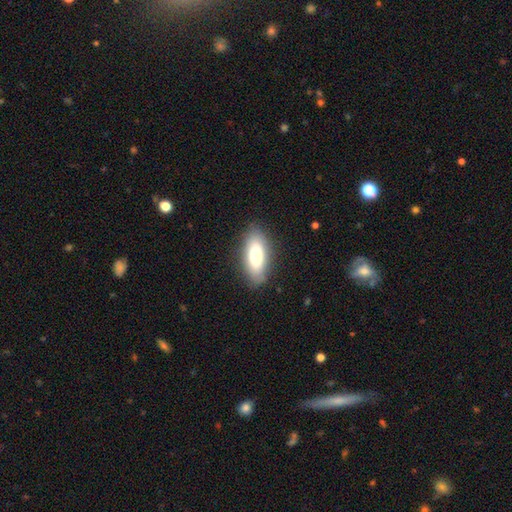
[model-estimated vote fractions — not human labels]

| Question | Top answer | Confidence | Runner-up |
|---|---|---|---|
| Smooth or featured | smooth | 80% | featured or disk (13%) |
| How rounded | in between | 81% | cigar-shaped (17%) |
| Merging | none | 85% | minor disturbance (11%) |